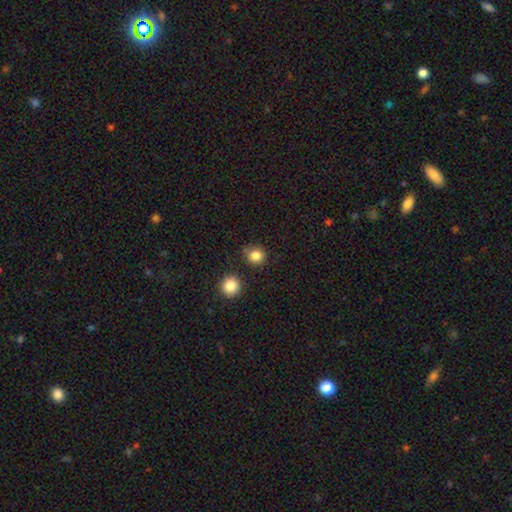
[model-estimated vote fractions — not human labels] A smooth galaxy with no disk features (84%) that is round (86%). Merging: none (82%).